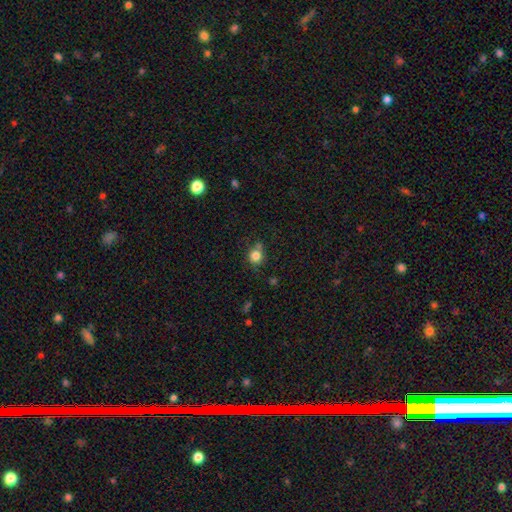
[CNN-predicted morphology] This appears to be a smooth galaxy with no disk features (82%) that is round (83%). Merging: none (65%).